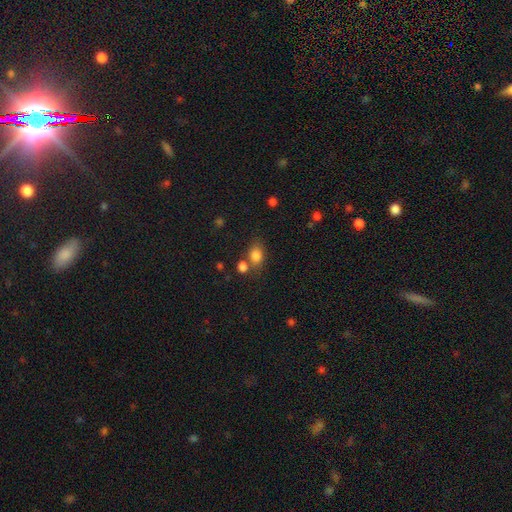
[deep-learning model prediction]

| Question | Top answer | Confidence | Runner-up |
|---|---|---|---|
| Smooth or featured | smooth | 82% | star or artifact (11%) |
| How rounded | in between | 68% | round (31%) |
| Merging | none | 58% | merger (23%) |